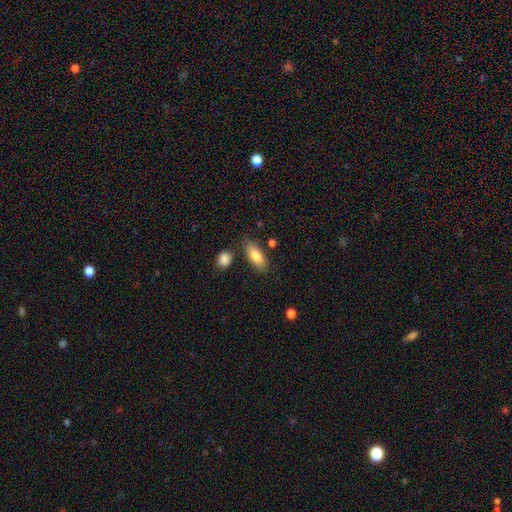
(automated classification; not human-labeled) This appears to be a smooth galaxy with no disk features (82%) that is in between round and cigar-shaped (81%). Merging: none (79%).